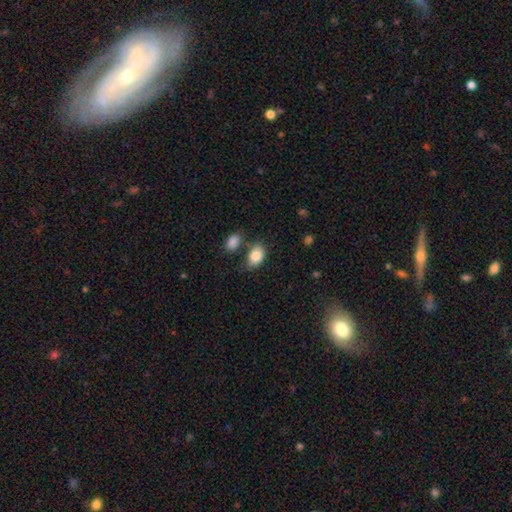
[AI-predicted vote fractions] Smooth or featured?
  - smooth: 85% *
  - featured or disk: 8%
  - star or artifact: 7%
How rounded?
  - in between: 81% *
  - round: 17%
  - cigar-shaped: 1%
Merging?
  - none: 46% *
  - minor disturbance: 26%
  - merger: 17%
  - major disturbance: 10%